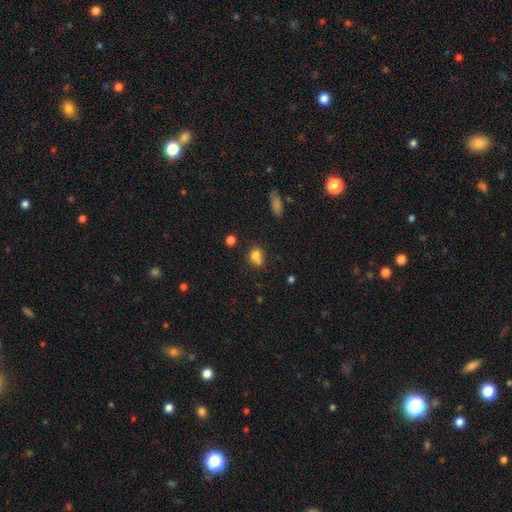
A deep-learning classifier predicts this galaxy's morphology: smooth-or-featured: smooth: 77% | star or artifact: 12% | featured or disk: 11%
  how-rounded: round: 62% | in between: 36% | cigar-shaped: 1%
  merging: none: 42% | merger: 37% | minor disturbance: 16% | major disturbance: 6%